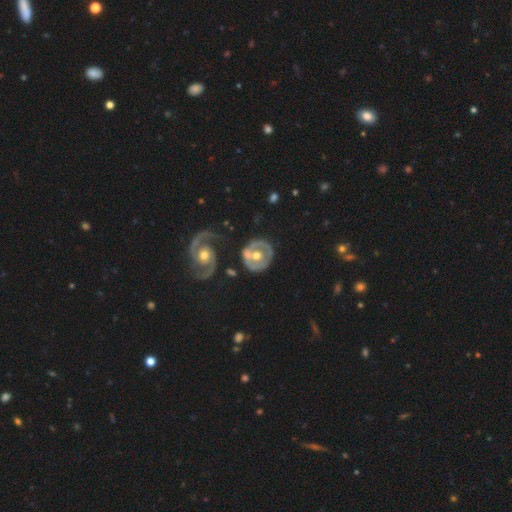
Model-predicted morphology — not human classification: Overall: featured or disk (64%; smooth 31%). Edge-on disk: no (95%). Bar: no (71%). Spiral arms: no (59%; yes 41%). Bulge size: moderate (78%). Merging: none (64%).